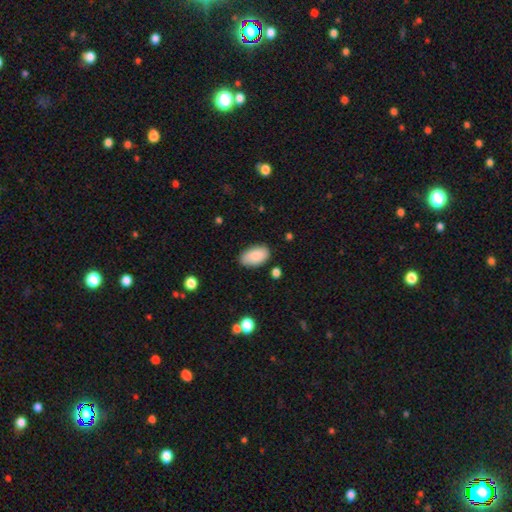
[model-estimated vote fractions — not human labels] This appears to be a smooth galaxy with no disk features (86%) that is in between round and cigar-shaped (95%). Merging: none (80%).